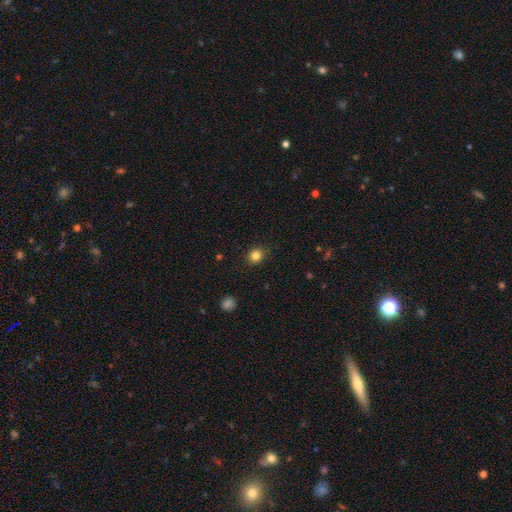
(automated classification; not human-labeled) Smooth or featured?
  - smooth: 84% *
  - star or artifact: 12%
  - featured or disk: 5%
How rounded?
  - round: 83% *
  - in between: 16%
  - cigar-shaped: 1%
Merging?
  - none: 89% *
  - minor disturbance: 8%
  - major disturbance: 2%
  - merger: 1%